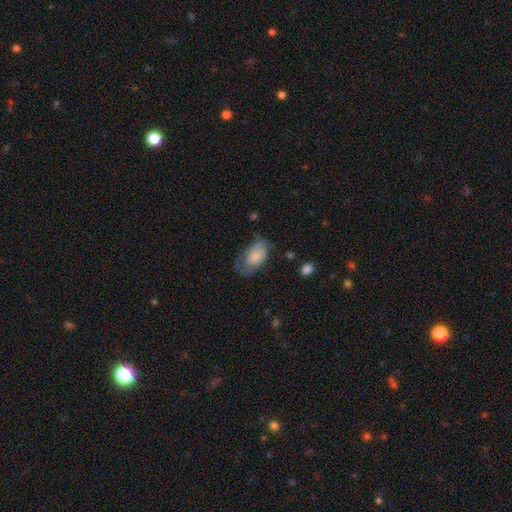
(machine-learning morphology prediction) A smooth galaxy with no disk features (52%) that is in between round and cigar-shaped (92%).

Vote fractions:
- Smooth or featured? smooth: 52% / featured or disk: 40% / star or artifact: 8%
- How rounded? in between: 92% / round: 7% / cigar-shaped: 2%
- Merging? none: 49% / minor disturbance: 30% / major disturbance: 19% / merger: 2%